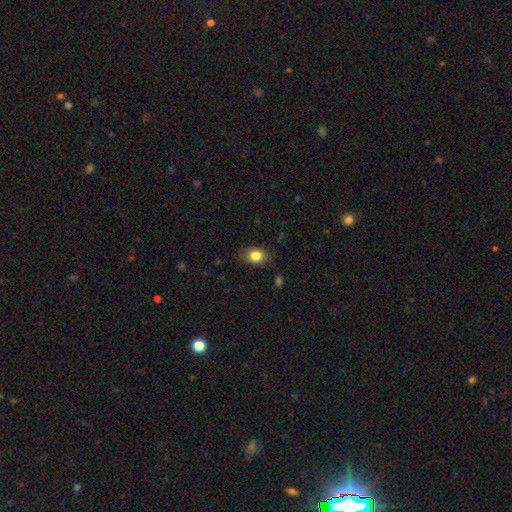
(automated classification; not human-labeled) The model was most divided on "how rounded": in between: 68%, round: 31%, cigar-shaped: 1%. More confident: smooth or featured — smooth (82%); merging — none (78%).